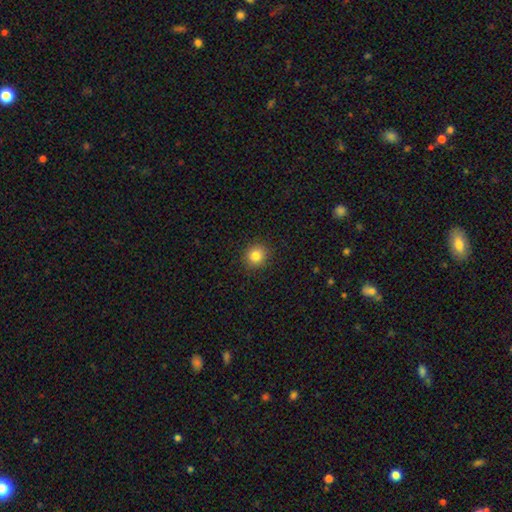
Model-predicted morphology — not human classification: The model was most divided on "smooth or featured": smooth: 83%, star or artifact: 11%, featured or disk: 6%. More confident: merging — none (91%); how rounded — round (89%).